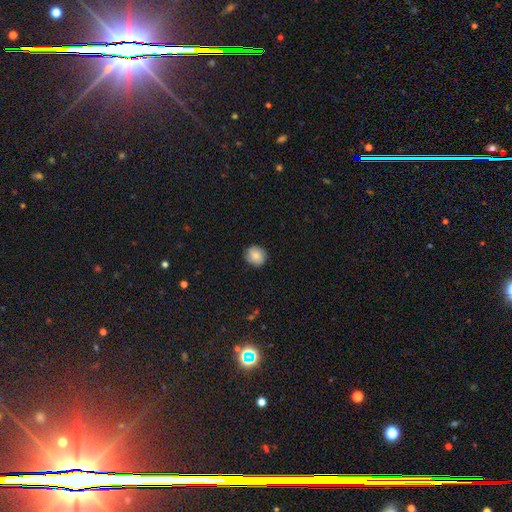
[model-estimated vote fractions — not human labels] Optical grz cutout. It shows a smooth galaxy with no disk features (78%) that is round (77%). Merging: none (84%).